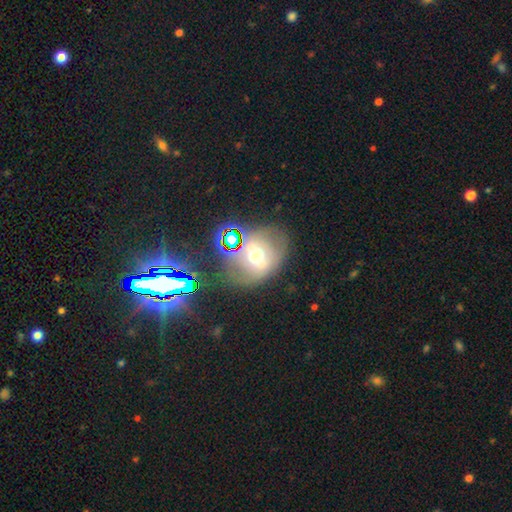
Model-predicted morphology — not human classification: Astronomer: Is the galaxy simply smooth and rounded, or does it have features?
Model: featured or disk — 54% (runner-up: smooth, 29%).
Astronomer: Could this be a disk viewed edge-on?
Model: no — 87%.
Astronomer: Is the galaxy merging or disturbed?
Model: none — 61%.